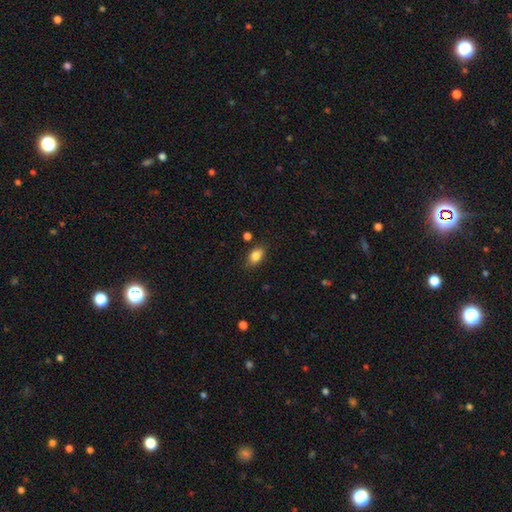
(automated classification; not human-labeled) smooth 83%, star or artifact 9%, featured or disk 8%. Down the decision tree: how rounded — in between (82%); merging — none (79%).